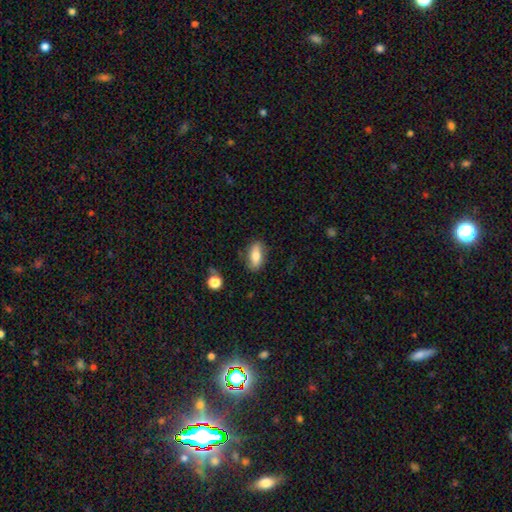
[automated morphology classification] A smooth galaxy with no disk features (70%) that is in between round and cigar-shaped (79%).

Vote fractions:
- Smooth or featured? smooth: 70% / featured or disk: 23% / star or artifact: 7%
- How rounded? in between: 79% / cigar-shaped: 16% / round: 4%
- Merging? none: 79% / minor disturbance: 15% / major disturbance: 4% / merger: 2%